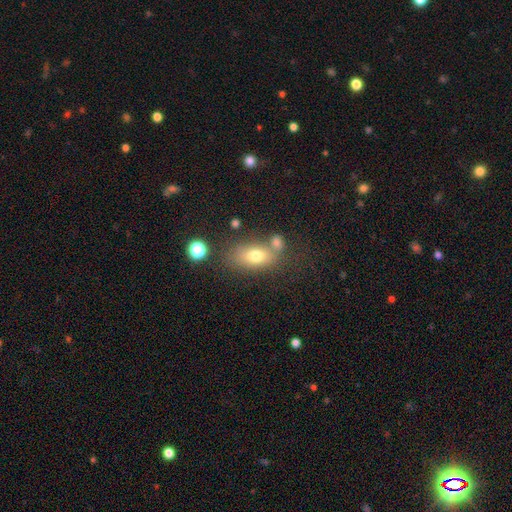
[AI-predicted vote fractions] smooth_or_featured: smooth (p=0.72) [alt: featured or disk p=0.17]
how_rounded: in between (p=0.83) [alt: round p=0.12]
merging: none (p=0.56) [alt: merger p=0.21]